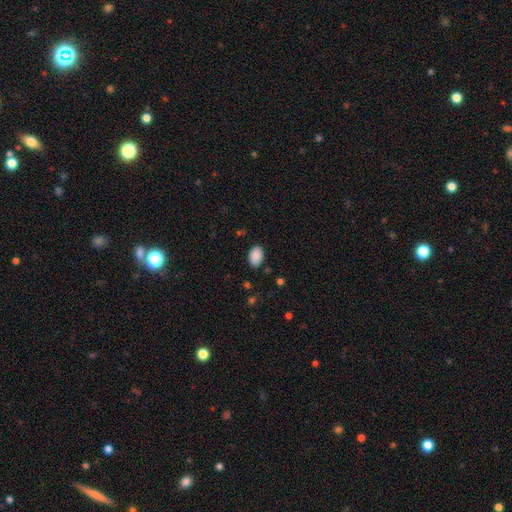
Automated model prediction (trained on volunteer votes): smooth-or-featured: smooth: 90% | star or artifact: 7% | featured or disk: 3%
  how-rounded: in between: 91% | round: 8% | cigar-shaped: 1%
  merging: none: 85% | minor disturbance: 12% | major disturbance: 2% | merger: 1%